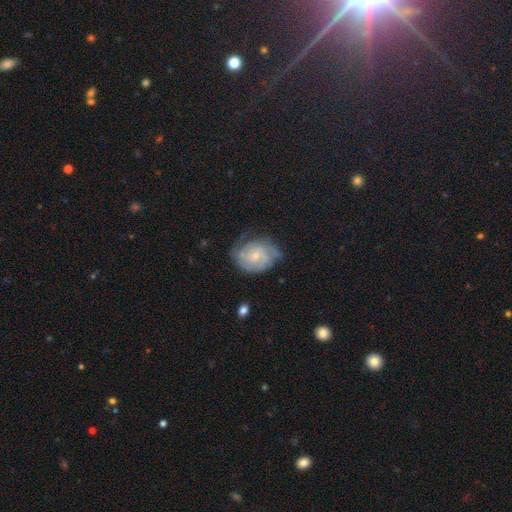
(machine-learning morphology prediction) This appears to be a featured or disk galaxy (71%) with no bar (62%), tight (58%) spiral arms (90%) and a small central bulge (66%). Merging: none (60%).